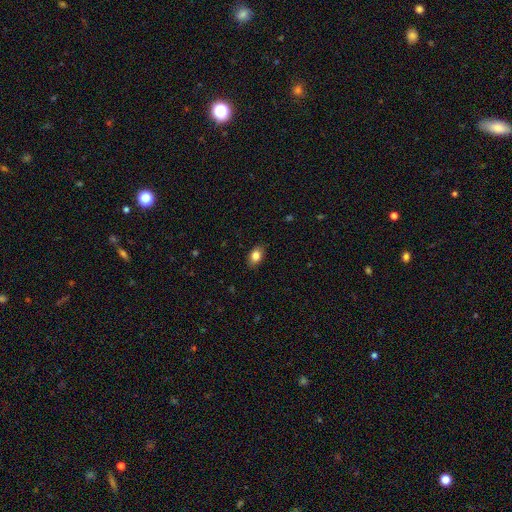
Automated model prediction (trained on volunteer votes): Morphology: type=smooth (84%); roundness=in between (82%); merging=none (86%).